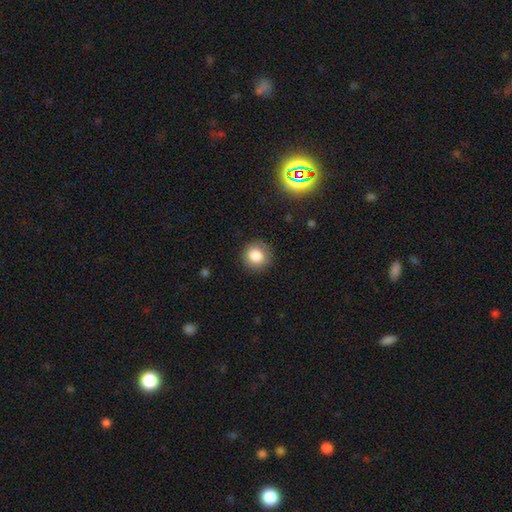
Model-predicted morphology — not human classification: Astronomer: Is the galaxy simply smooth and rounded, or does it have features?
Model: smooth — 84%.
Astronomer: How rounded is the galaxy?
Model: round — 92%.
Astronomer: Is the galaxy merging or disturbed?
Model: none — 89%.